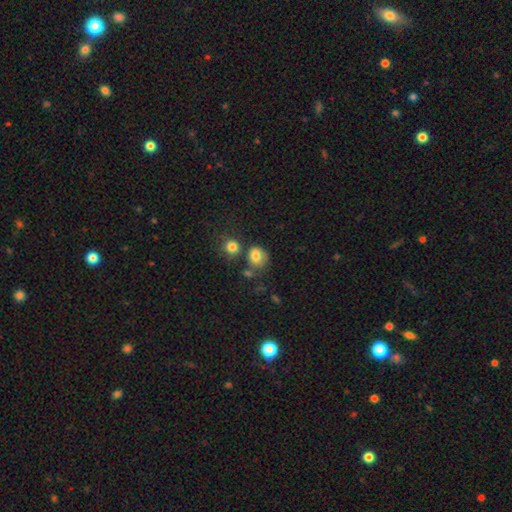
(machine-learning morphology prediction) type=smooth (78%); roundness=round (67%); merging=none (52%).